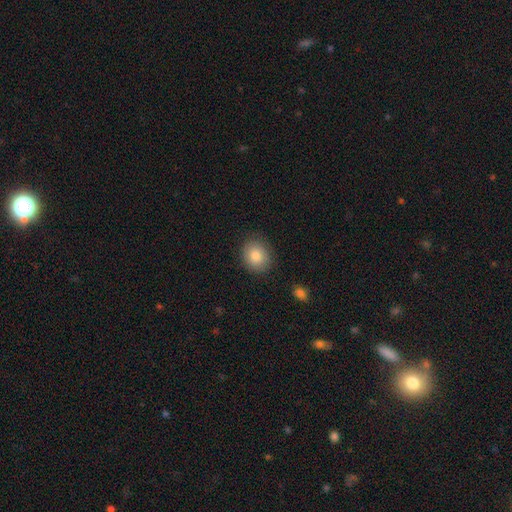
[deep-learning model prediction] Smooth or featured? smooth (83%)
How rounded? round (67%)
Merging? none (86%)